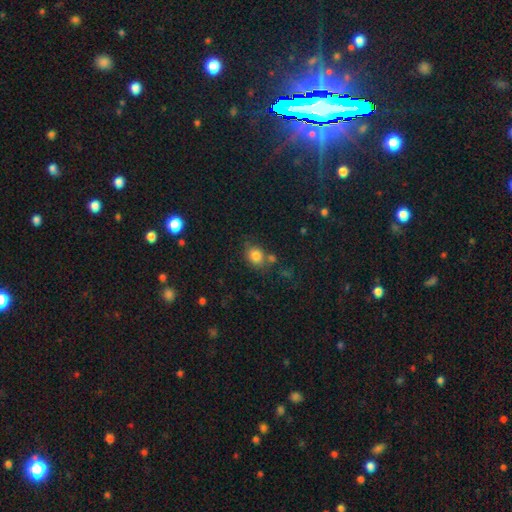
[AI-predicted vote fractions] Morphology: type=smooth (81%); roundness=round (56%); merging=none (65%).